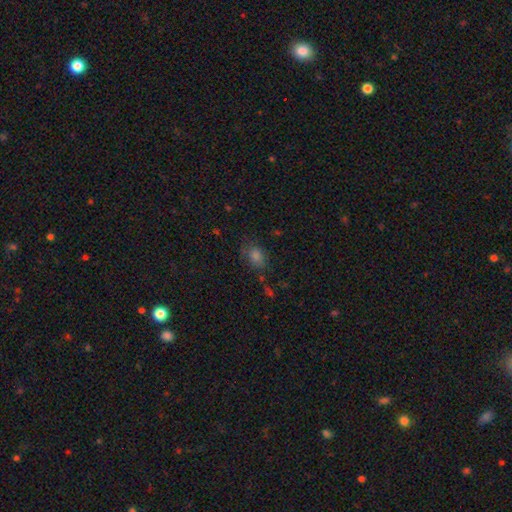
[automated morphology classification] smooth_or_featured: smooth (p=0.72) [alt: star or artifact p=0.20]
how_rounded: in between (p=0.59) [alt: round p=0.39]
merging: none (p=0.71) [alt: minor disturbance p=0.18]